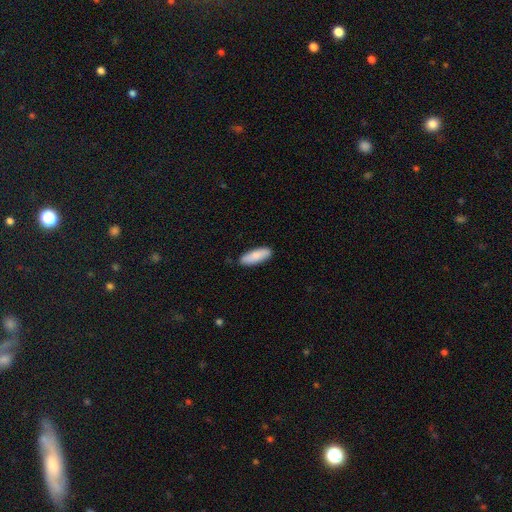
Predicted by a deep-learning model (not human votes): This is clearly a smooth galaxy (87%). How rounded: possibly in between (59%). Merging: clearly none (89%).